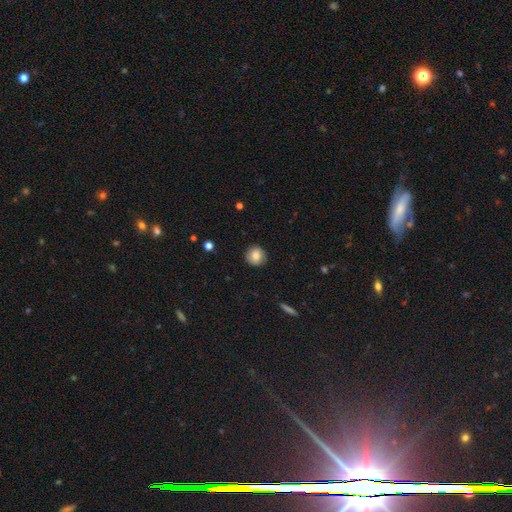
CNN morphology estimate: The model was most divided on "smooth or featured": smooth: 82%, featured or disk: 9%, star or artifact: 9%. More confident: how rounded — round (93%); merging — none (89%).